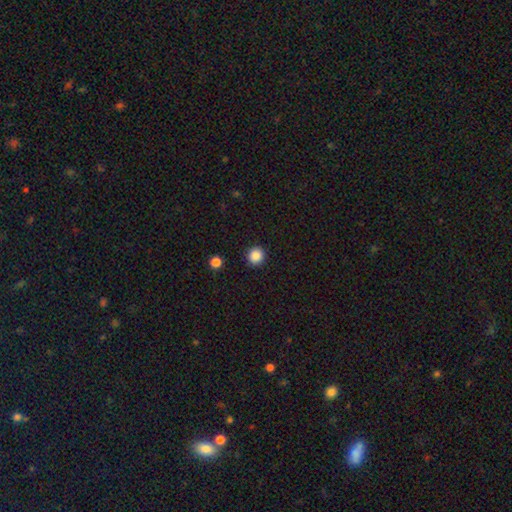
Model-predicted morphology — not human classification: smooth_or_featured: smooth (p=0.87) [alt: star or artifact p=0.10]
how_rounded: round (p=0.93) [alt: in between p=0.07]
merging: none (p=0.92) [alt: minor disturbance p=0.05]